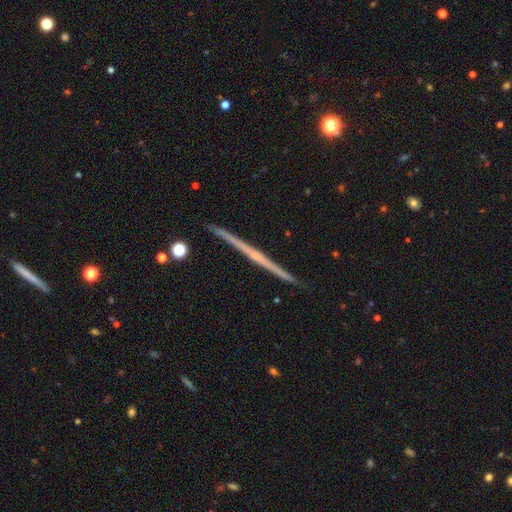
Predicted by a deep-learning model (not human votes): smooth_or_featured: featured or disk (p=0.75) [alt: smooth p=0.17]
disk_edge_on: yes (p=0.98) [alt: no p=0.02]
edge_on_bulge: none (p=0.58) [alt: rounded p=0.35]
merging: none (p=0.91) [alt: minor disturbance p=0.06]